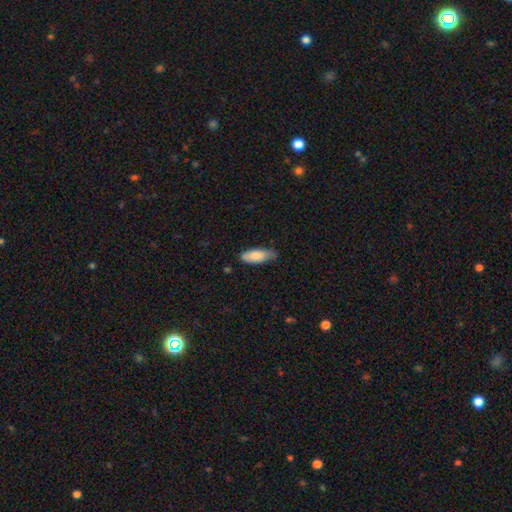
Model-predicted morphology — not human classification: Smooth or featured?
  - smooth: 82% *
  - featured or disk: 12%
  - star or artifact: 6%
How rounded?
  - in between: 74% *
  - cigar-shaped: 25%
  - round: 2%
Merging?
  - none: 61% *
  - minor disturbance: 32%
  - major disturbance: 5%
  - merger: 2%